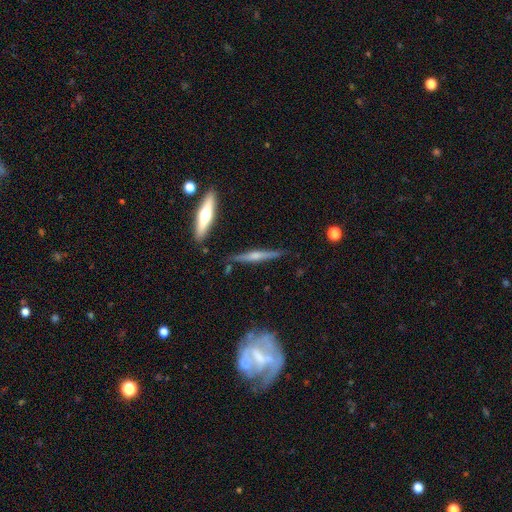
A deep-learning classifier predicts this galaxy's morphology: A featured or disk galaxy (69%) viewed edge-on (97%) with a rounded central bulge (79%).

Vote fractions:
- Smooth or featured? featured or disk: 69% / smooth: 25% / star or artifact: 6%
- Edge-on disk? yes: 97% / no: 3%
- Edge-on bulge? rounded: 79% / none: 11% / boxy: 10%
- Merging? none: 84% / minor disturbance: 11% / merger: 3% / major disturbance: 2%